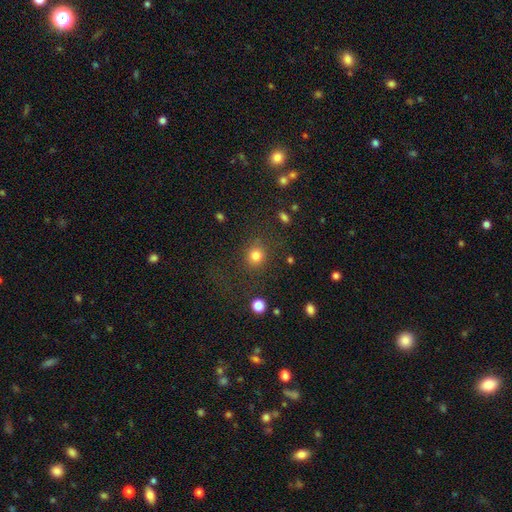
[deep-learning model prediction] Smooth or featured?
  - smooth: 80% *
  - star or artifact: 13%
  - featured or disk: 7%
How rounded?
  - round: 84% *
  - in between: 14%
  - cigar-shaped: 1%
Merging?
  - none: 79% *
  - minor disturbance: 10%
  - major disturbance: 7%
  - merger: 4%